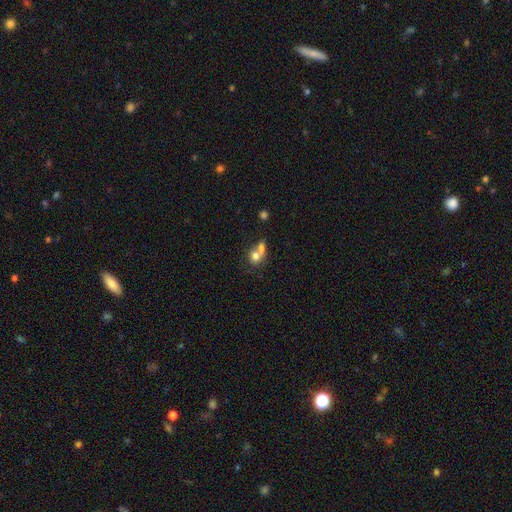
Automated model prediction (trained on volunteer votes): The model was most divided on "how rounded": round: 66%, in between: 32%, cigar-shaped: 2%. More confident: smooth or featured — smooth (72%); merging — merger (61%).